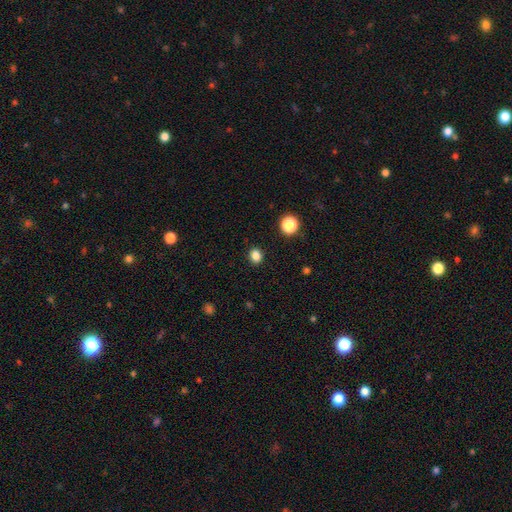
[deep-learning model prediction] Smooth or featured? smooth (84%)
How rounded? round (65%)
Merging? none (90%)